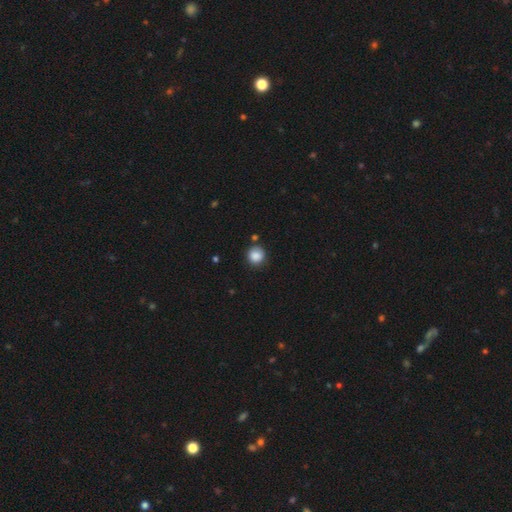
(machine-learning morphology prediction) Q: Smooth or featured?
A: smooth (86%); runner-up: star or artifact (10%)
Q: How rounded?
A: round (92%); runner-up: in between (7%)
Q: Merging?
A: none (83%); runner-up: minor disturbance (10%)